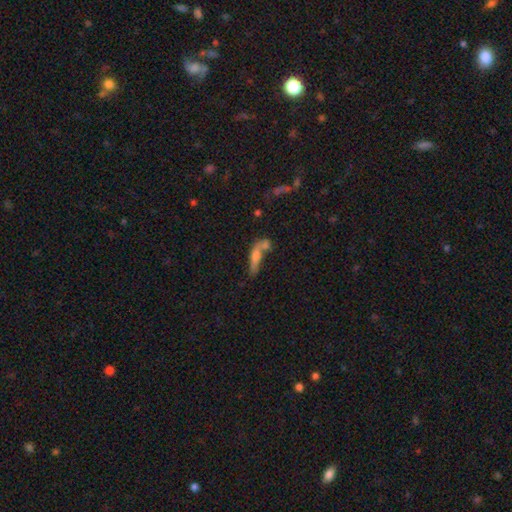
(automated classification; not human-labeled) smooth 57%, featured or disk 32%, star or artifact 11%. Down the decision tree: how rounded — cigar-shaped (68%); merging — merger (41%).